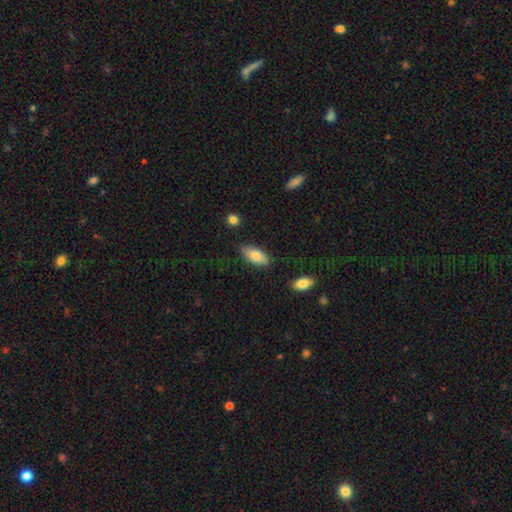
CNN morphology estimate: The model was most divided on "merging": none: 80%, minor disturbance: 15%, major disturbance: 3%, merger: 2%. More confident: how rounded — in between (87%); smooth or featured — smooth (81%).